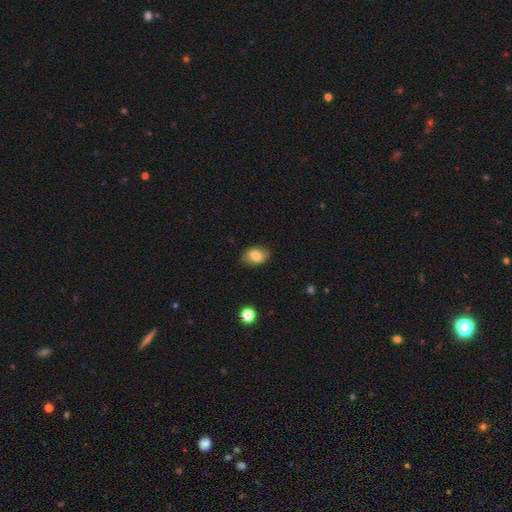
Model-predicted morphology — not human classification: The model was most divided on "smooth or featured": smooth: 76%, featured or disk: 16%, star or artifact: 8%. More confident: merging — none (83%); how rounded — in between (81%).